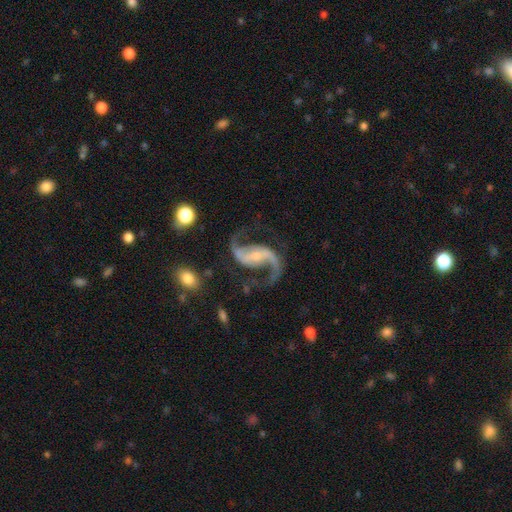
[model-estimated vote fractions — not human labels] Smooth or featured? featured or disk (93%)
Edge-on disk? no (98%)
Bar? strong (41%)
Spiral arms? yes (98%)
Spiral winding? loose (62%)
Spiral arm count? 2 (94%)
Bulge size? small (61%)
Merging? none (77%)